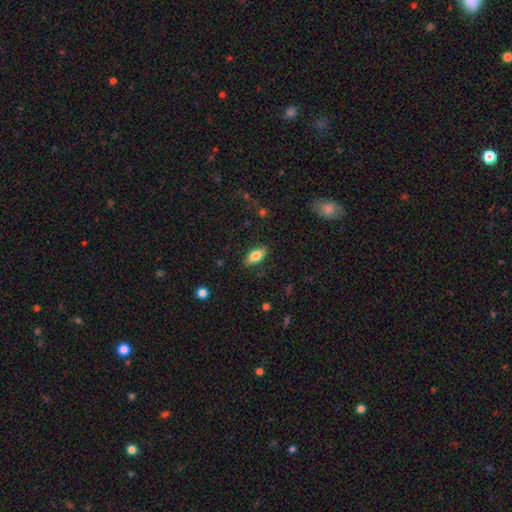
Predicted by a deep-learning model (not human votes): smooth-or-featured: smooth: 70% | featured or disk: 23% | star or artifact: 7%
  how-rounded: in between: 84% | cigar-shaped: 12% | round: 4%
  merging: none: 83% | minor disturbance: 13% | major disturbance: 3% | merger: 1%